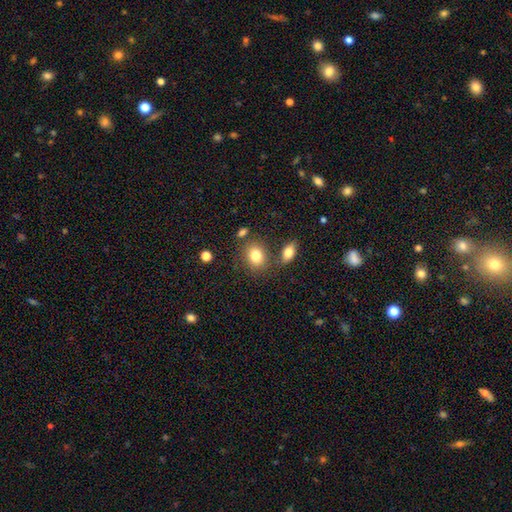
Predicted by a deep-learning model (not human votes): This is clearly a smooth galaxy (82%). How rounded: possibly in between (55%). Merging: likely none (71%).